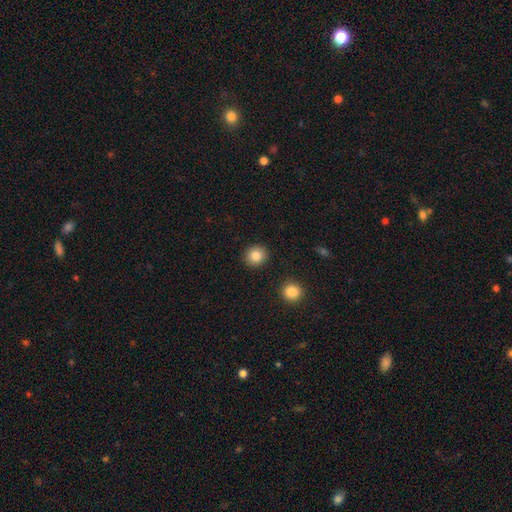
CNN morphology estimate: Overall: smooth (83%). How rounded: round (88%). Merging: none (91%).